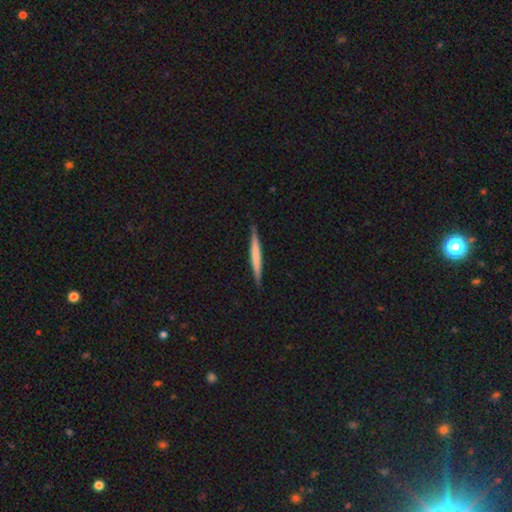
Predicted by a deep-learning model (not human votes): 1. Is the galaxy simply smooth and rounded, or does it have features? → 51% smooth, 43% featured or disk, 5% star or artifact.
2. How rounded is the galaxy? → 96% cigar-shaped, 2% in between, 1% round.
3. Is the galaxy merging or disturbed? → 90% none, 8% minor disturbance, 1% major disturbance, 1% merger.